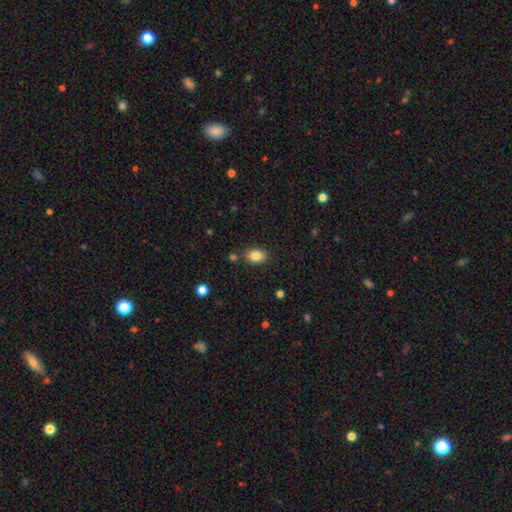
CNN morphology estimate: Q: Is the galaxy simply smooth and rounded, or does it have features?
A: smooth — 85%.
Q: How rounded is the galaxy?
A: in between — 83%.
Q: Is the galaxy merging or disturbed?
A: none — 81%.